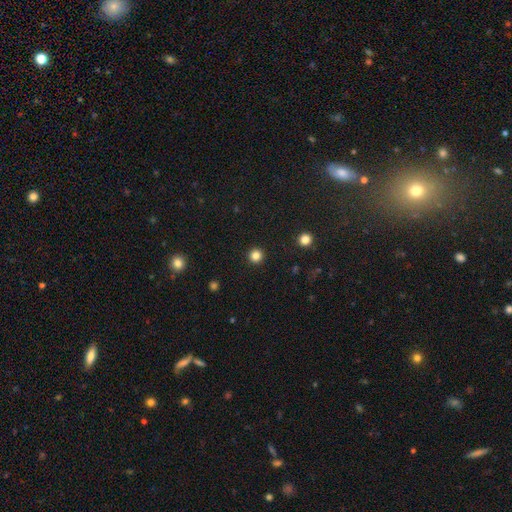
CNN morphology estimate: smooth 83%, star or artifact 13%, featured or disk 4%. Down the decision tree: how rounded — round (96%); merging — none (93%).